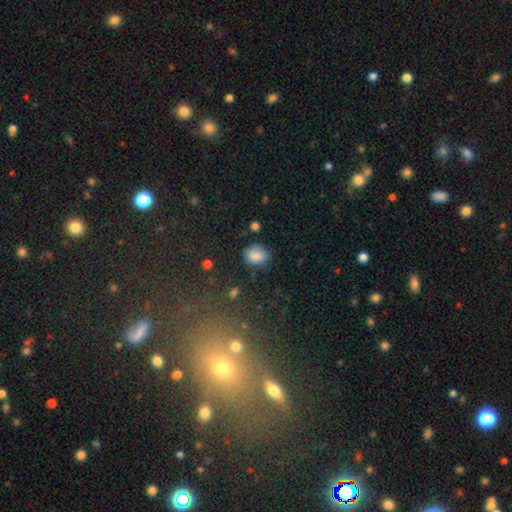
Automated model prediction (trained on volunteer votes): A smooth galaxy with no disk features (85%) that is round (50%).

Vote fractions:
- Smooth or featured? smooth: 85% / star or artifact: 9% / featured or disk: 6%
- How rounded? round: 50% / in between: 49% / cigar-shaped: 1%
- Merging? none: 72% / minor disturbance: 20% / major disturbance: 5% / merger: 3%